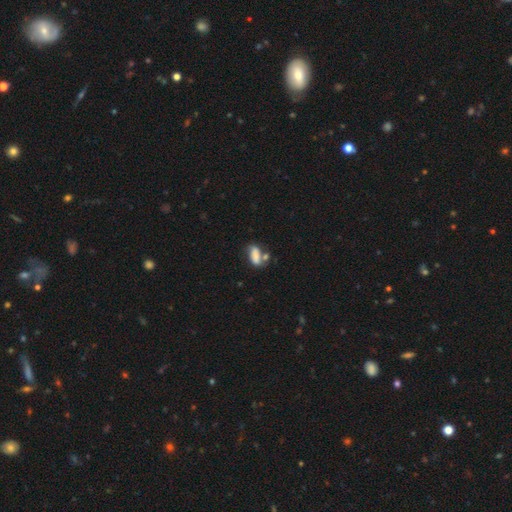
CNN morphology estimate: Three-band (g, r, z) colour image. It shows a smooth galaxy with no disk features (75%) that is in between round and cigar-shaped (79%). Merging: none (42%).